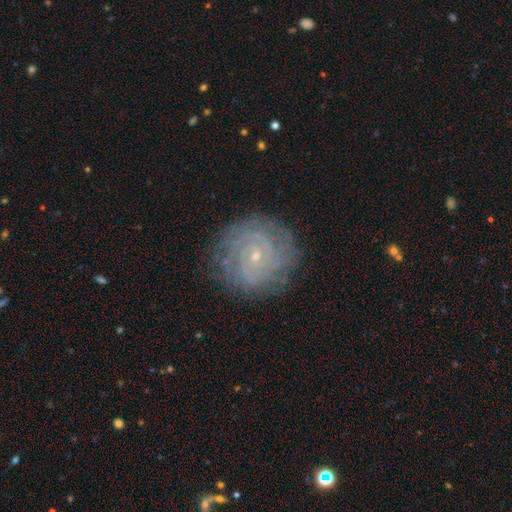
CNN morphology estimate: Smooth or featured? featured or disk (68%)
Edge-on disk? no (97%)
Bar? no (70%)
Spiral arms? yes (92%)
Spiral winding? tight (76%)
Spiral arm count? can't tell (41%)
Bulge size? small (84%)
Merging? none (85%)